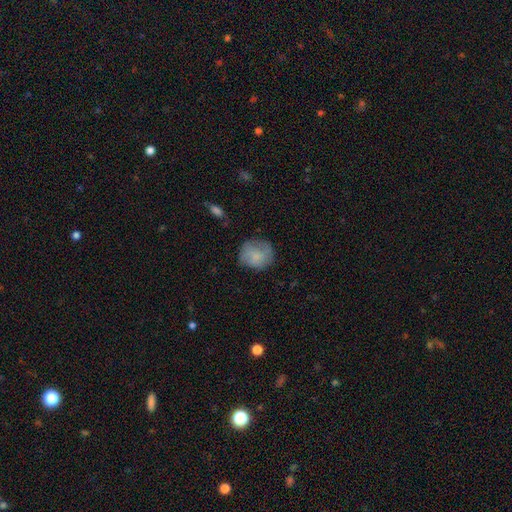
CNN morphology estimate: Smooth or featured? smooth (72%)
How rounded? round (79%)
Merging? none (68%)